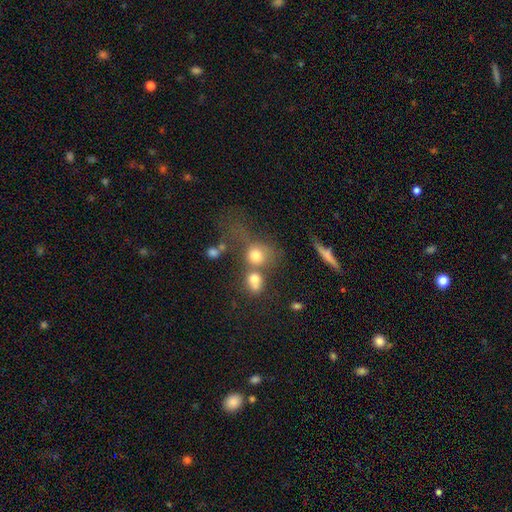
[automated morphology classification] Smooth or featured? smooth (72%)
How rounded? round (72%)
Merging? merger (48%)